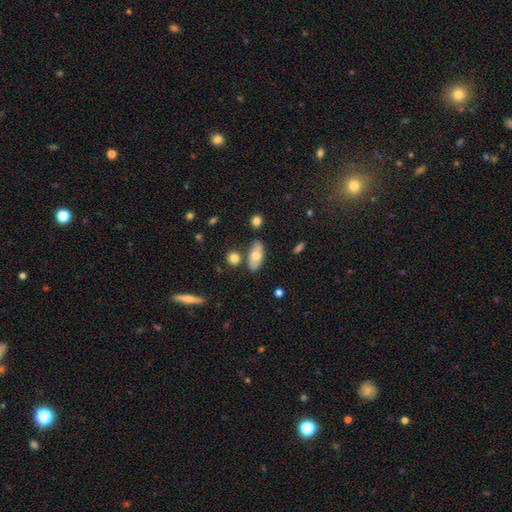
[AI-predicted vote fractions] Overall: smooth (66%; featured or disk 27%). How rounded: in between (87%). Merging: none (77%).